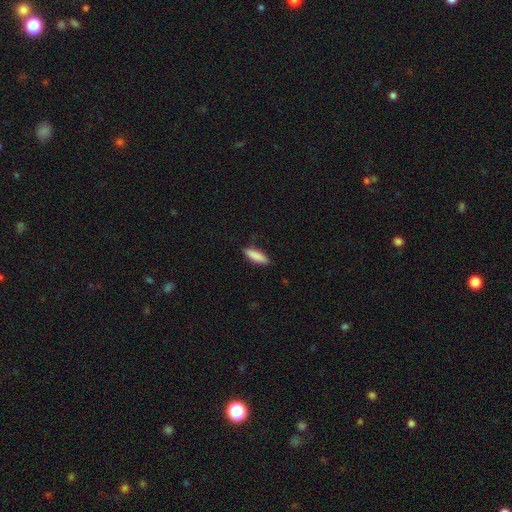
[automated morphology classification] Overall: smooth (88%). How rounded: cigar-shaped (53%; in between 46%). Merging: none (85%).